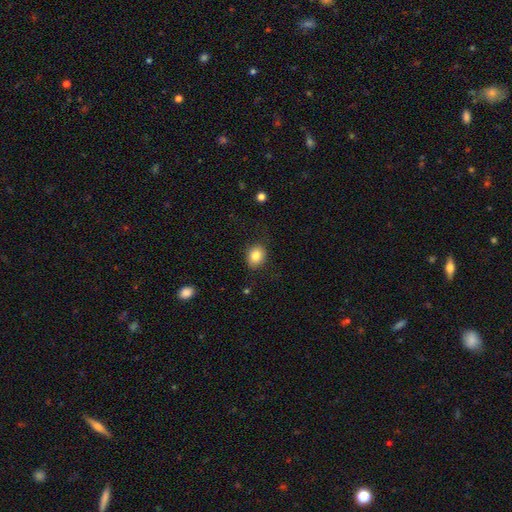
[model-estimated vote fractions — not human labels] This is clearly a smooth galaxy (83%). How rounded: possibly round (55%). Merging: clearly none (84%).